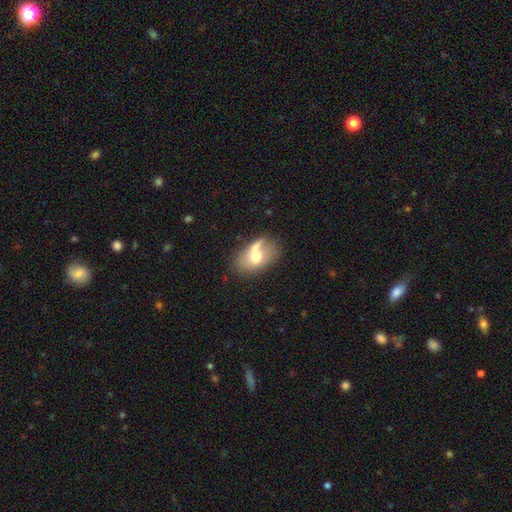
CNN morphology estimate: Overall: smooth (62%; featured or disk 30%). How rounded: in between (83%). Merging: none (38%; merger 33%).